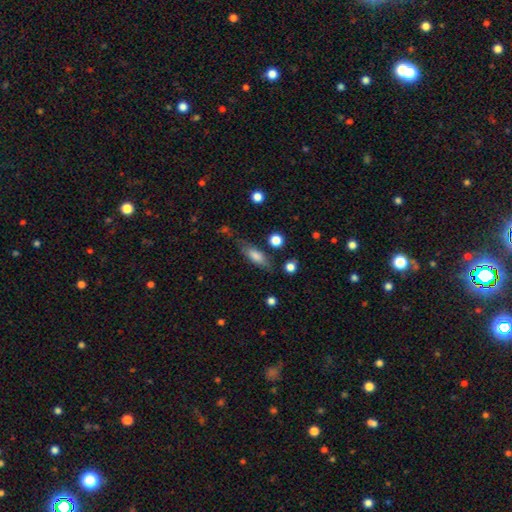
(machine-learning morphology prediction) Smooth or featured? smooth (73%)
How rounded? in between (62%)
Merging? none (65%)